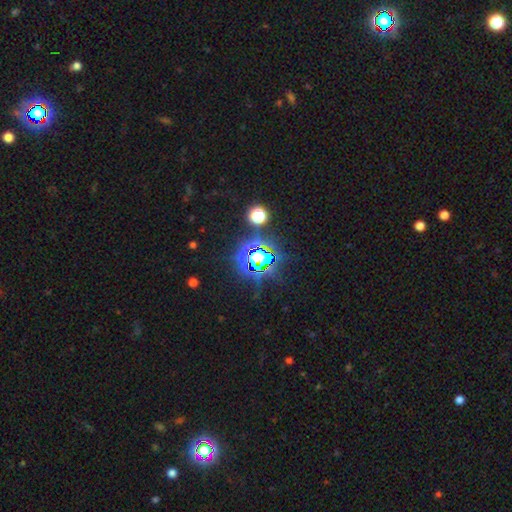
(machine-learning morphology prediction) smooth_or_featured: star or artifact (p=0.77) [alt: smooth p=0.13]